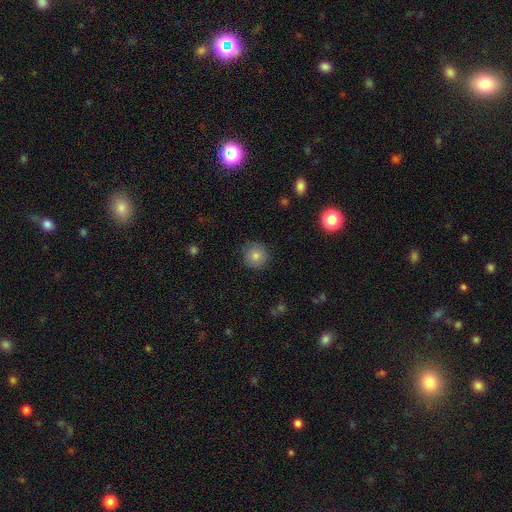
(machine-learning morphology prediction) The model was most divided on "smooth or featured": smooth: 80%, star or artifact: 10%, featured or disk: 9%. More confident: how rounded — round (94%); merging — none (86%).